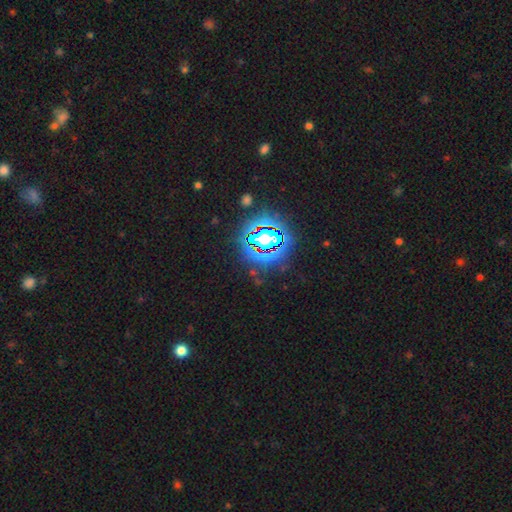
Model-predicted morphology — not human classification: Q: Smooth or featured?
A: star or artifact (80%); runner-up: smooth (11%)